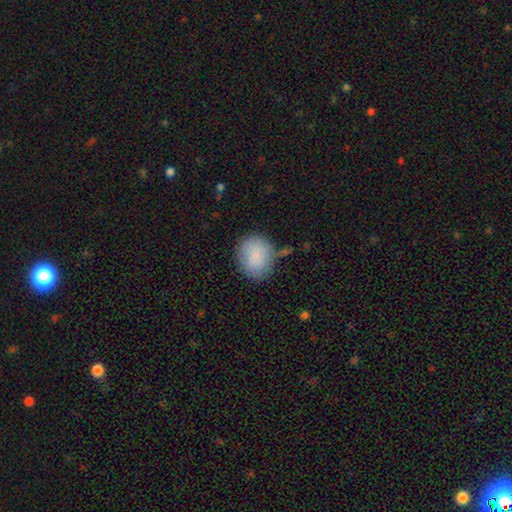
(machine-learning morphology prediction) Smooth or featured? Predicted: smooth (p=0.86). How rounded? Predicted: round (p=0.63). Merging? Predicted: none (p=0.70).